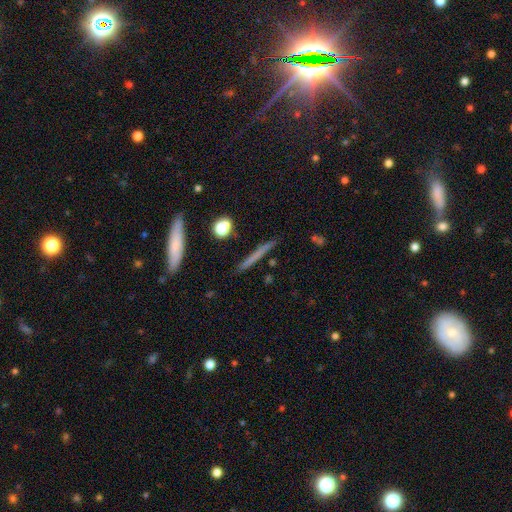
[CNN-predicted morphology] Smooth or featured? Predicted: smooth (p=0.54). How rounded? Predicted: cigar-shaped (p=0.93). Merging? Predicted: none (p=0.88).